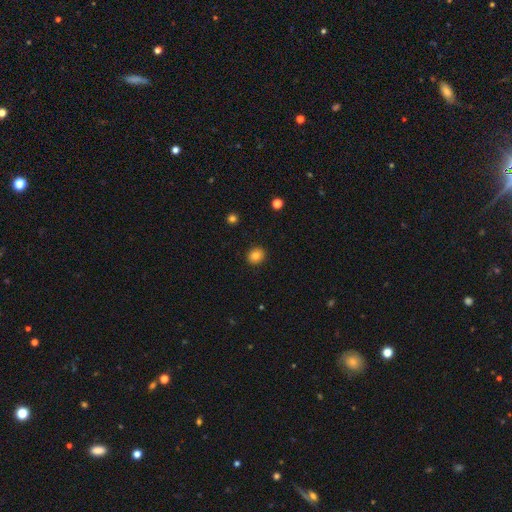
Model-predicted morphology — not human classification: A smooth galaxy with no disk features (83%) that is round (75%). Merging: none (92%).